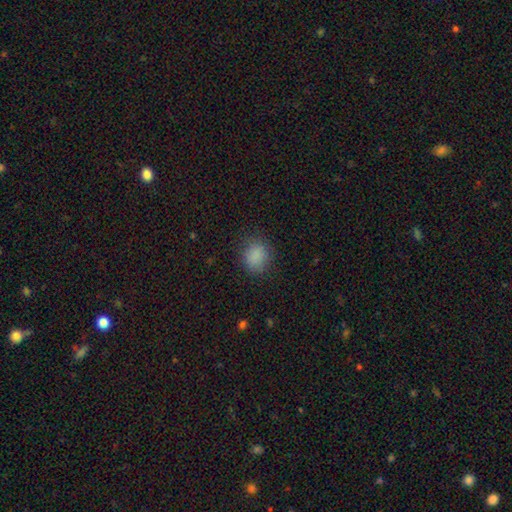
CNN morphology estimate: The model was most divided on "how rounded": round: 66%, in between: 33%, cigar-shaped: 1%. More confident: smooth or featured — smooth (86%); merging — none (83%).